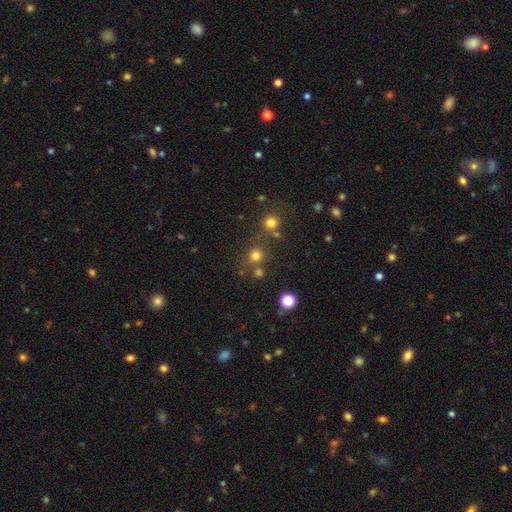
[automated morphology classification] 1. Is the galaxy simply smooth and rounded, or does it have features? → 74% smooth, 19% star or artifact, 6% featured or disk.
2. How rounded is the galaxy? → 92% round, 7% in between, 1% cigar-shaped.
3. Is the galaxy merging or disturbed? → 71% none, 17% merger, 8% minor disturbance, 4% major disturbance.